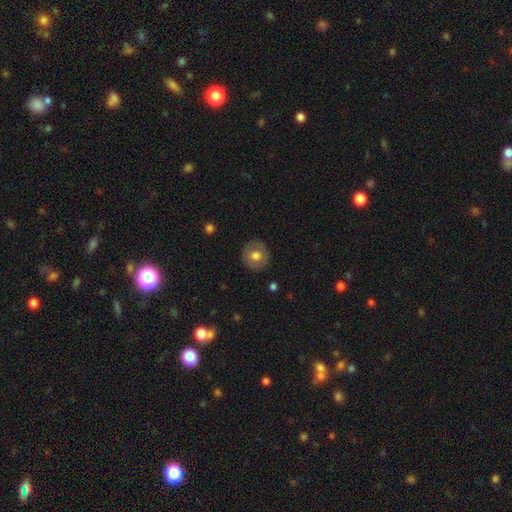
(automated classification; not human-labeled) smooth_or_featured: smooth (p=0.71) [alt: featured or disk p=0.21]
how_rounded: round (p=0.91) [alt: in between p=0.08]
merging: none (p=0.89) [alt: minor disturbance p=0.08]